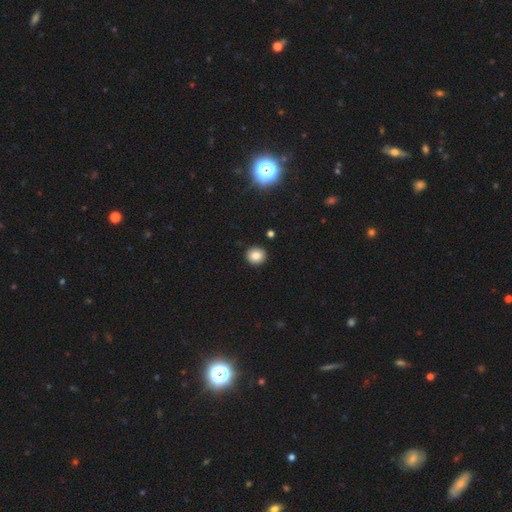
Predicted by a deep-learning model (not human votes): Q: Smooth or featured?
A: smooth (84%); runner-up: star or artifact (11%)
Q: How rounded?
A: round (87%); runner-up: in between (12%)
Q: Merging?
A: none (91%); runner-up: minor disturbance (6%)